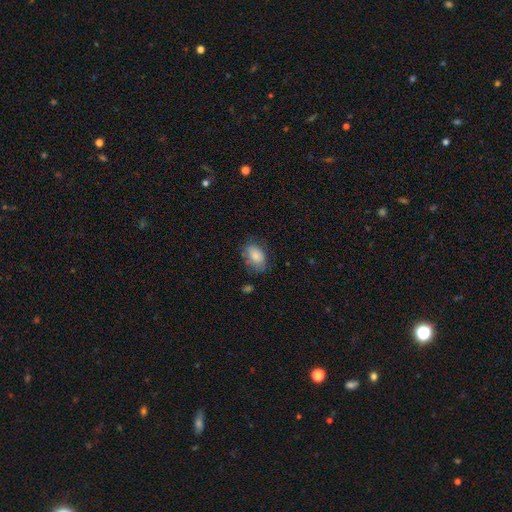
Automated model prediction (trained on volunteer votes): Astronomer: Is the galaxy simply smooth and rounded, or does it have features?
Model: smooth — 83%.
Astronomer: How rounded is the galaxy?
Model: in between — 87%.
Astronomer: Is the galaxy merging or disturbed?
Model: none — 67%.